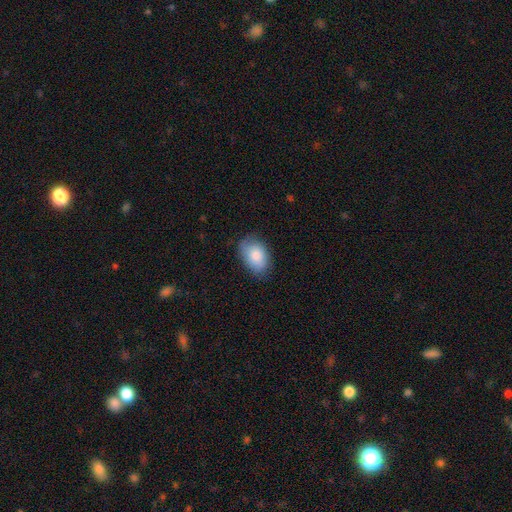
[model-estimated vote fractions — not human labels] smooth 83%, featured or disk 10%, star or artifact 7%. Down the decision tree: how rounded — in between (86%); merging — none (76%).